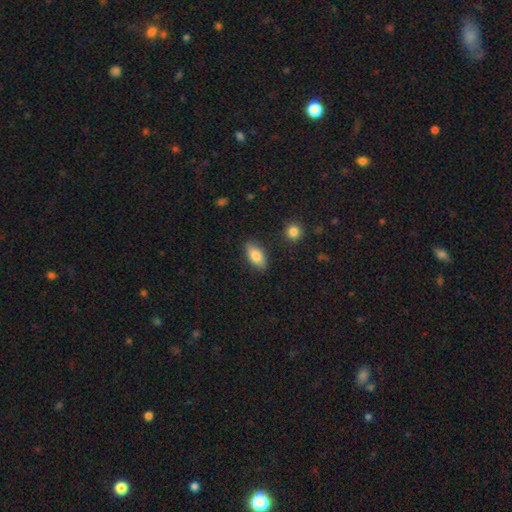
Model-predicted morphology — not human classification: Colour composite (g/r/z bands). It shows a smooth galaxy with no disk features (83%) that is in between round and cigar-shaped (88%). Merging: none (85%).